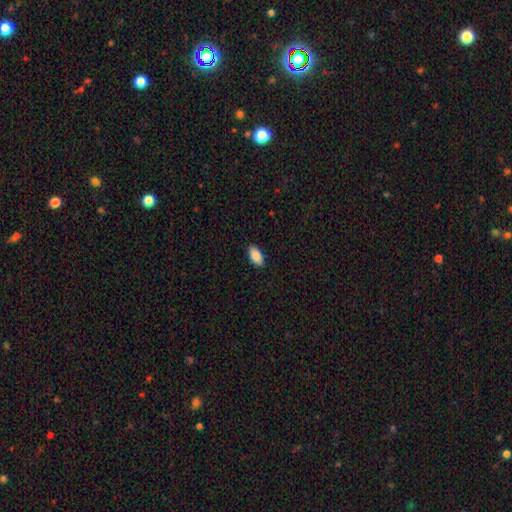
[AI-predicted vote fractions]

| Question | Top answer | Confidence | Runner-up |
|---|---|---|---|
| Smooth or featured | smooth | 88% | star or artifact (7%) |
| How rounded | in between | 94% | cigar-shaped (3%) |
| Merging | none | 89% | minor disturbance (8%) |